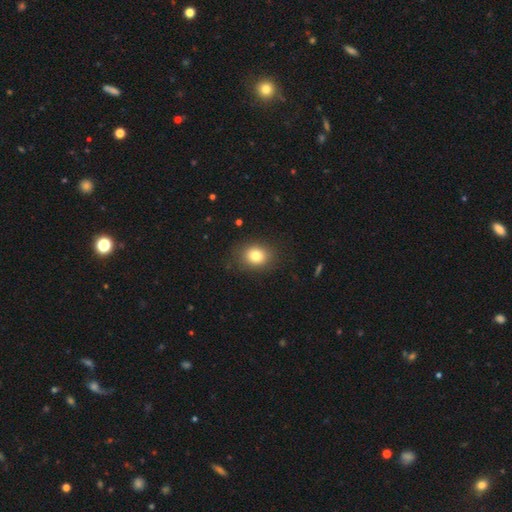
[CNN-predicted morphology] A smooth galaxy with no disk features (81%) that is round (57%). Merging: none (85%).